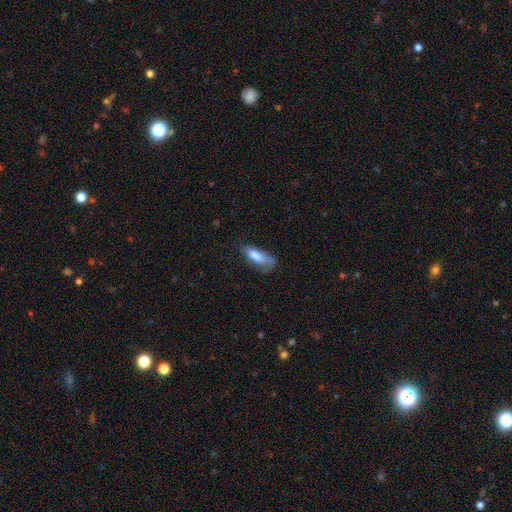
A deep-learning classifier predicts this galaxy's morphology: Smooth or featured? Predicted: smooth (p=0.72). How rounded? Predicted: in between (p=0.67). Merging? Predicted: none (p=0.33).